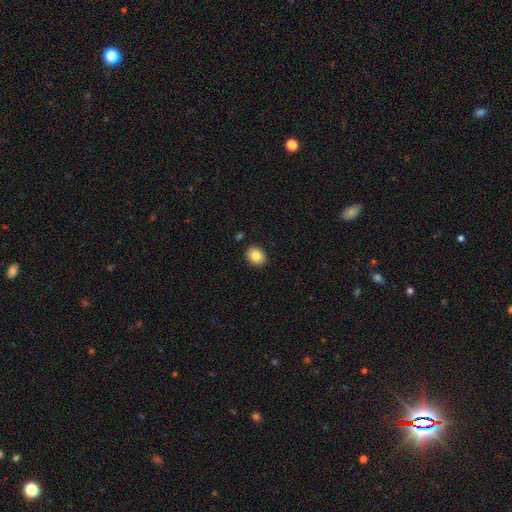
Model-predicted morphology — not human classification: type=smooth (85%); roundness=round (60%); merging=none (90%).